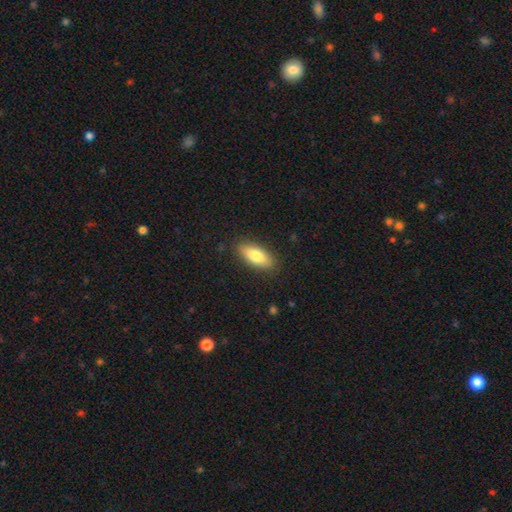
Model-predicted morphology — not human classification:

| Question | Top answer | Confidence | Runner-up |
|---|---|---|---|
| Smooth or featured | smooth | 78% | featured or disk (16%) |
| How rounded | in between | 75% | cigar-shaped (23%) |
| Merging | none | 87% | minor disturbance (10%) |